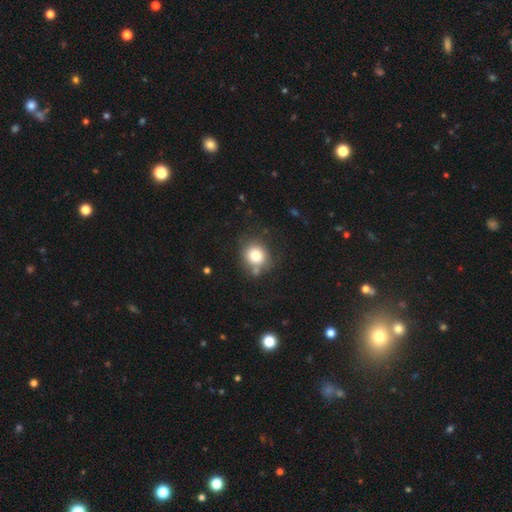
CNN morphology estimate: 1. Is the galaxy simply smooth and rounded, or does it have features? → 79% smooth, 11% star or artifact, 10% featured or disk.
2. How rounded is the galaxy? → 80% round, 19% in between, 1% cigar-shaped.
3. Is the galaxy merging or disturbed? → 70% none, 15% minor disturbance, 9% merger, 5% major disturbance.